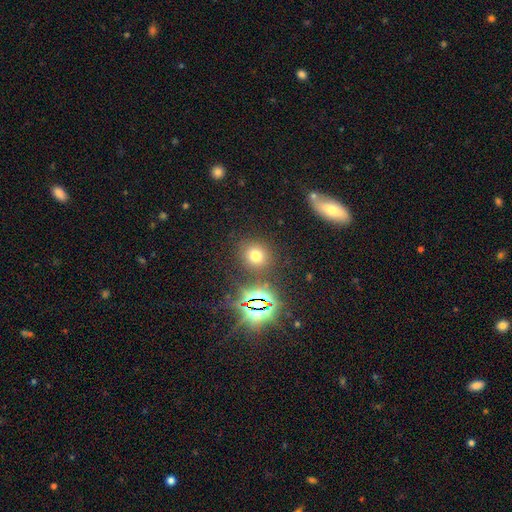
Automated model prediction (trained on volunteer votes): Smooth or featured?
  - smooth: 64% *
  - star or artifact: 28%
  - featured or disk: 9%
How rounded?
  - round: 81% *
  - in between: 18%
  - cigar-shaped: 1%
Merging?
  - none: 83% *
  - minor disturbance: 8%
  - merger: 4%
  - major disturbance: 4%